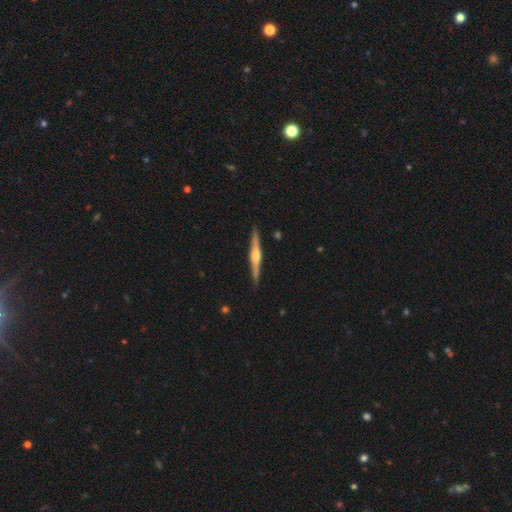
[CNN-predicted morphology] The model was most divided on "smooth or featured": featured or disk: 76%, smooth: 18%, star or artifact: 5%. More confident: edge-on disk — yes (98%); merging — none (91%); edge-on bulge — rounded (83%).